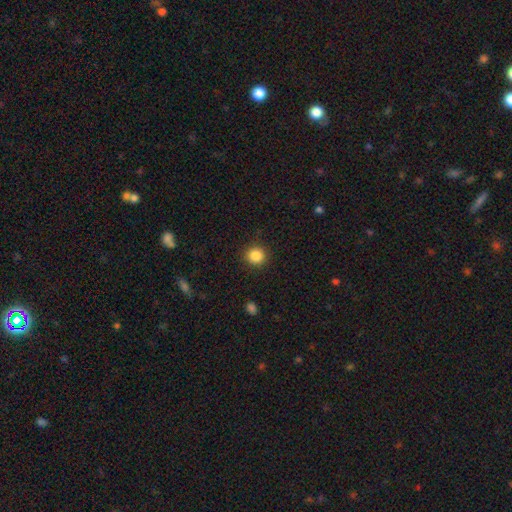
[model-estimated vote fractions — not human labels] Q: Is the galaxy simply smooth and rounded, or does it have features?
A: smooth — 86%.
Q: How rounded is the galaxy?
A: round — 92%.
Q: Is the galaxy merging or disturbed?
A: none — 91%.